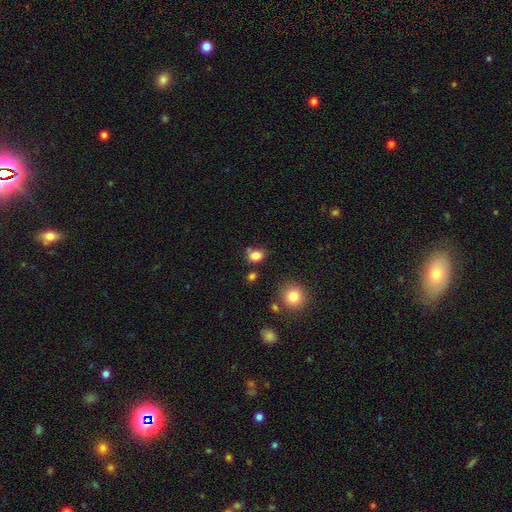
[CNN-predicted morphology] This is clearly a smooth galaxy (81%). How rounded: possibly in between (54%). Merging: possibly none (55%).